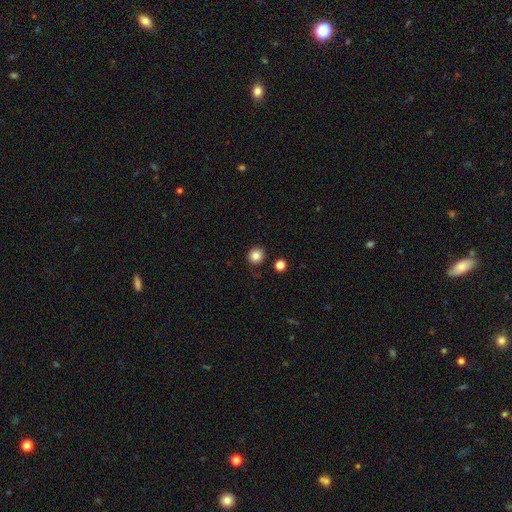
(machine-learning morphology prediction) smooth 84%, star or artifact 11%, featured or disk 5%. Down the decision tree: how rounded — round (91%); merging — none (87%).